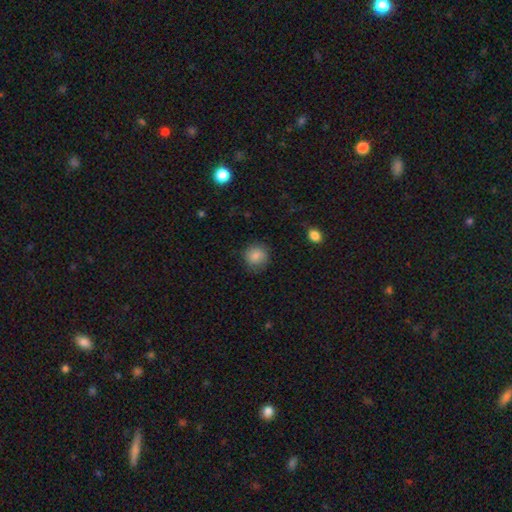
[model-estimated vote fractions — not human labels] Overall: smooth (86%). How rounded: round (90%). Merging: none (84%).